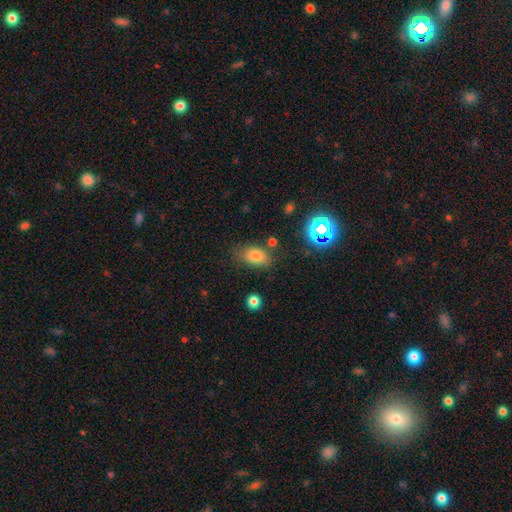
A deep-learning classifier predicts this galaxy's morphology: type=smooth (78%); roundness=in between (84%); merging=none (70%).